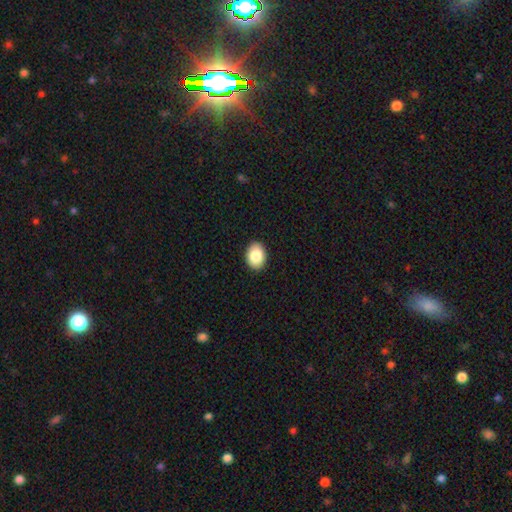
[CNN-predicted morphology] Smooth or featured? Predicted: smooth (p=0.86). How rounded? Predicted: in between (p=0.73). Merging? Predicted: none (p=0.91).